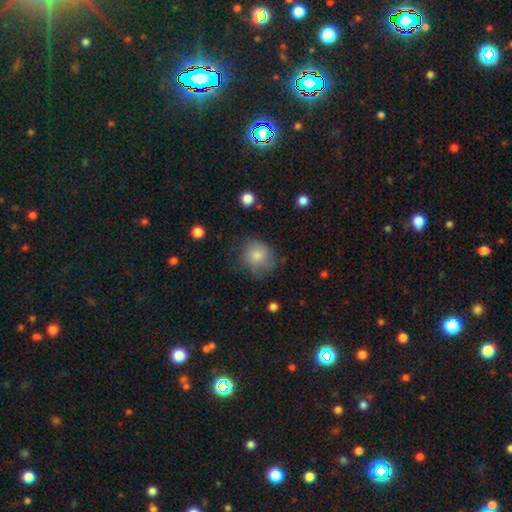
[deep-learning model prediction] The model was most divided on "merging": none: 62%, minor disturbance: 26%, major disturbance: 10%, merger: 2%. More confident: how rounded — round (78%); smooth or featured — smooth (74%).